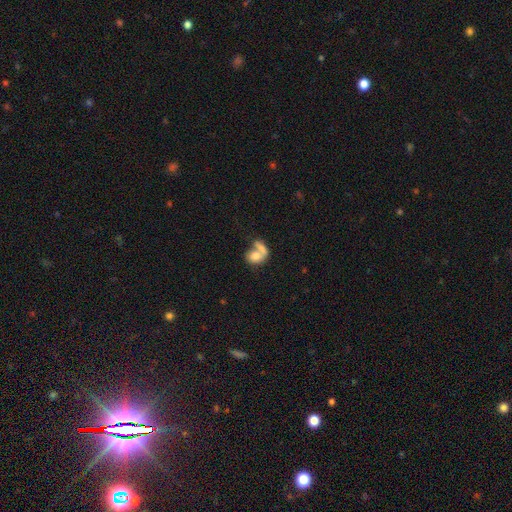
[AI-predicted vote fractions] Smooth or featured: smooth — 71% (featured or disk — 21%)
How rounded: in between — 57% (round — 40%)
Merging: merger — 56% (none — 25%)